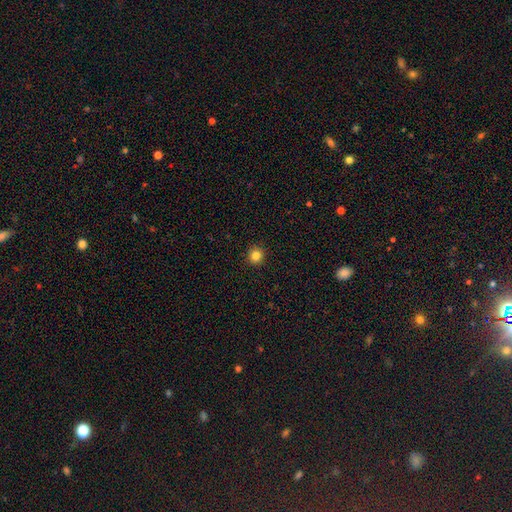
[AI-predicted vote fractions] The model was most divided on "smooth or featured": smooth: 83%, star or artifact: 12%, featured or disk: 5%. More confident: how rounded — round (94%); merging — none (93%).